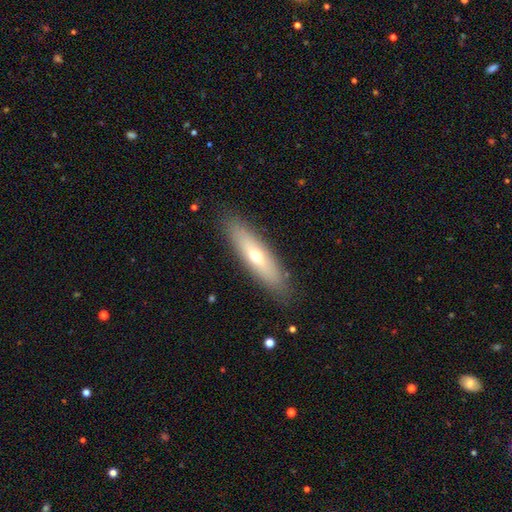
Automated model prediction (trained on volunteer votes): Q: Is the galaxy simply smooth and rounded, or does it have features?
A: smooth — 52%.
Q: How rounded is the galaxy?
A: cigar-shaped — 65%.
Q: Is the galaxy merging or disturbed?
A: none — 86%.